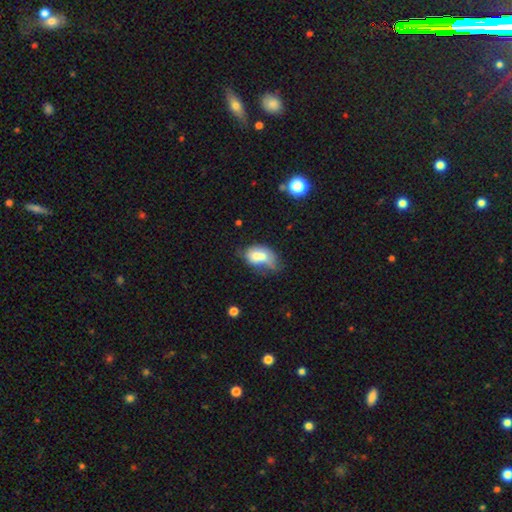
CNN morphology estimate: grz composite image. It shows a smooth galaxy with no disk features (65%) that is in between round and cigar-shaped (83%). Merging: merger (47%).